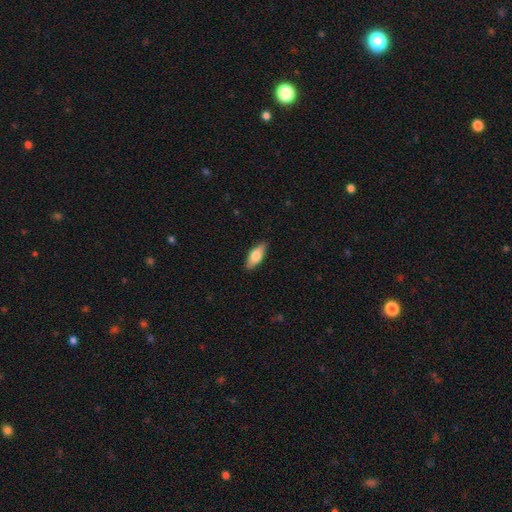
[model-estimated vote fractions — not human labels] Overall: smooth (74%). How rounded: in between (74%). Merging: none (88%).